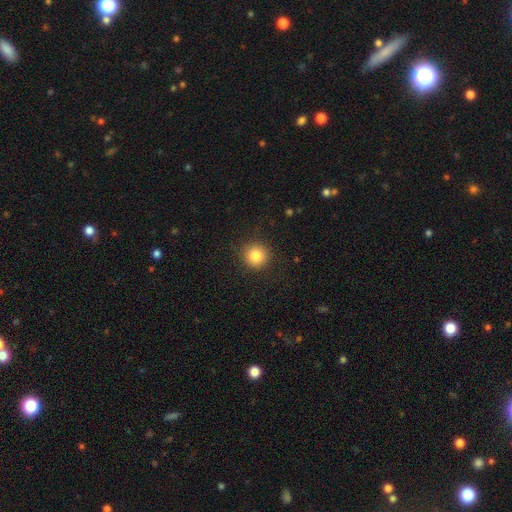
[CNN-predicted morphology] Overall: smooth (84%). How rounded: round (94%). Merging: none (90%).